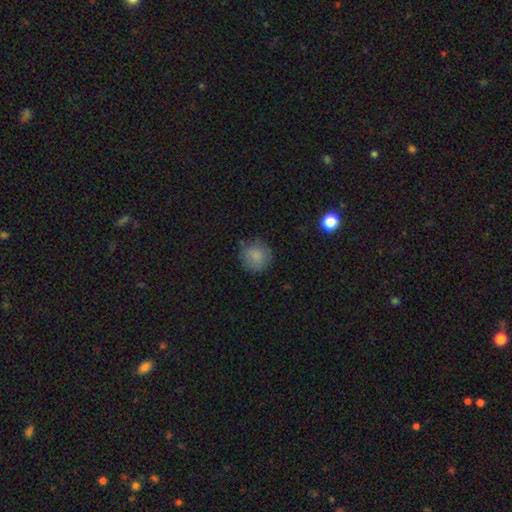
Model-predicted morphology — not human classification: Overall: smooth (82%). How rounded: round (92%). Merging: none (76%).